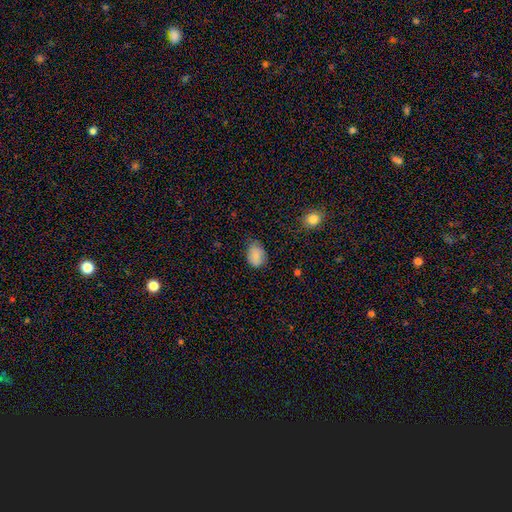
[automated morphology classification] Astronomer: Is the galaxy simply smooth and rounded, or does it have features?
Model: smooth — 83%.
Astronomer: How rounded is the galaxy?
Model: in between — 72%.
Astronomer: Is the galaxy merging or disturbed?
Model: none — 65%.